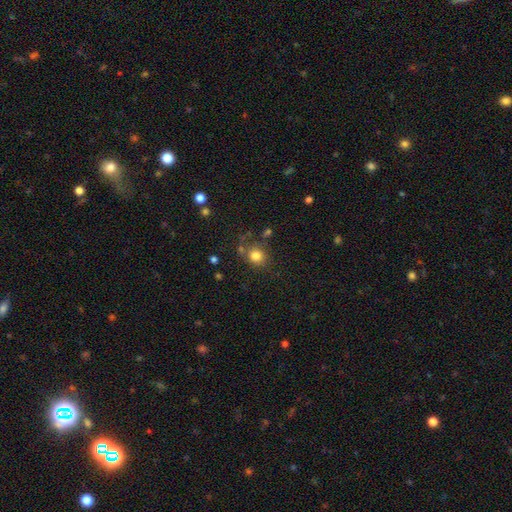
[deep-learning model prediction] A smooth galaxy with no disk features (81%) that is round (80%).

Vote fractions:
- Smooth or featured? smooth: 81% / star or artifact: 12% / featured or disk: 8%
- How rounded? round: 80% / in between: 19% / cigar-shaped: 1%
- Merging? none: 67% / minor disturbance: 16% / merger: 10% / major disturbance: 7%